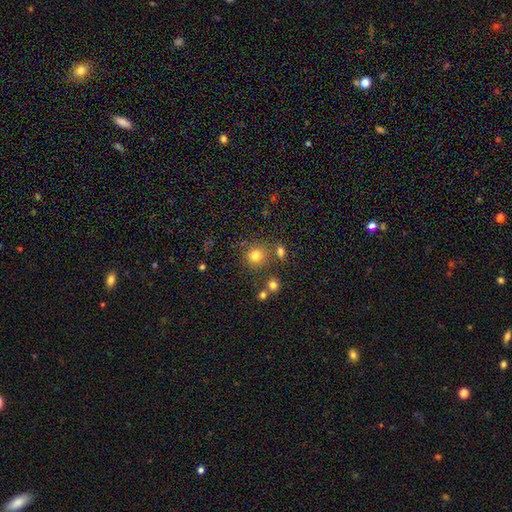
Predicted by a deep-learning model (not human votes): smooth 78%, star or artifact 15%, featured or disk 8%. Down the decision tree: how rounded — round (88%); merging — none (74%).